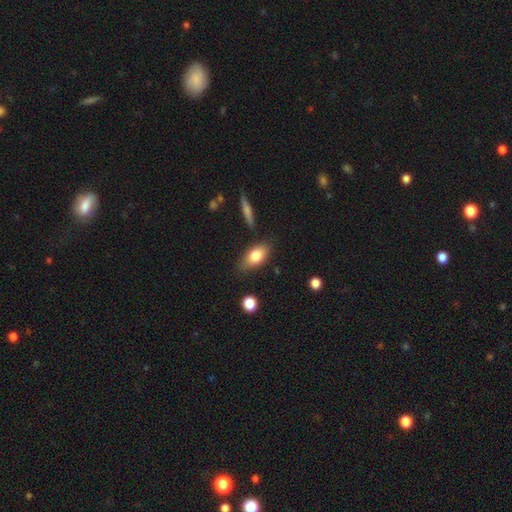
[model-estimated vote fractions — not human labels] smooth 77%, featured or disk 16%, star or artifact 7%. Down the decision tree: how rounded — in between (85%); merging — none (76%).